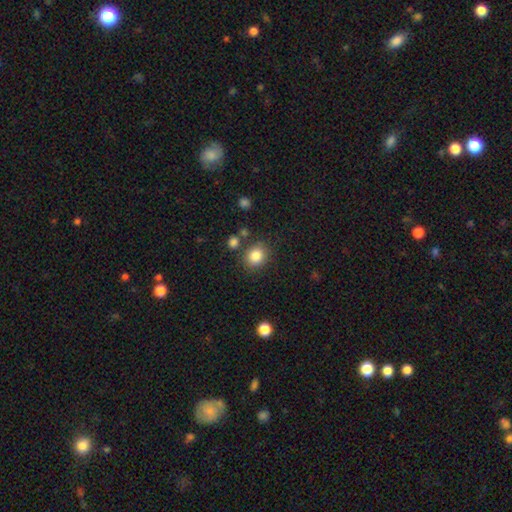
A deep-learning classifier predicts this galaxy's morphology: Smooth or featured? Predicted: smooth (p=0.84). How rounded? Predicted: round (p=0.75). Merging? Predicted: none (p=0.79).